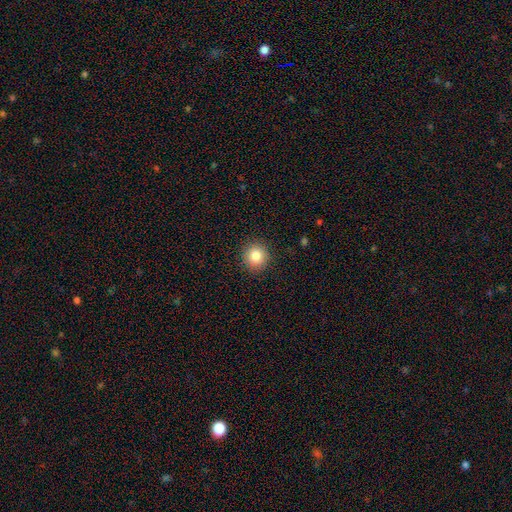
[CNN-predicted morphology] Q: Smooth or featured?
A: smooth (84%); runner-up: star or artifact (10%)
Q: How rounded?
A: round (90%); runner-up: in between (10%)
Q: Merging?
A: none (91%); runner-up: minor disturbance (6%)